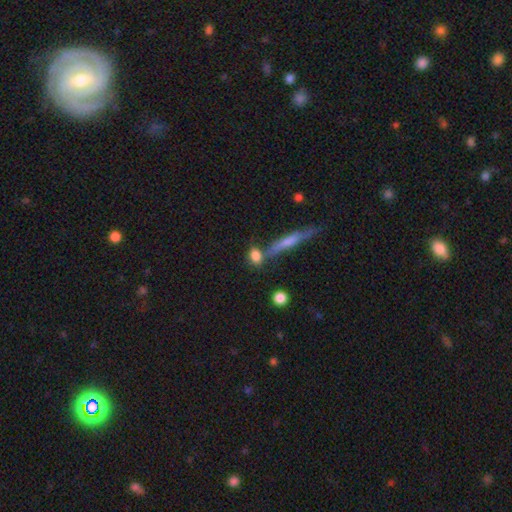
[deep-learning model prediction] This is likely a smooth galaxy (79%). How rounded: possibly in between (51%). Merging: possibly none (58%).